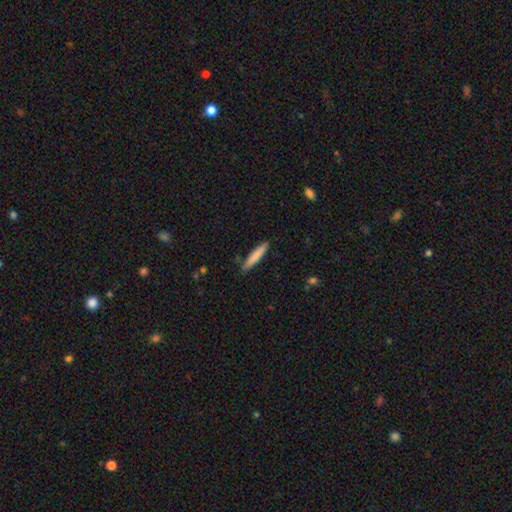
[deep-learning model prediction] Smooth or featured? smooth (79%)
How rounded? cigar-shaped (92%)
Merging? none (87%)